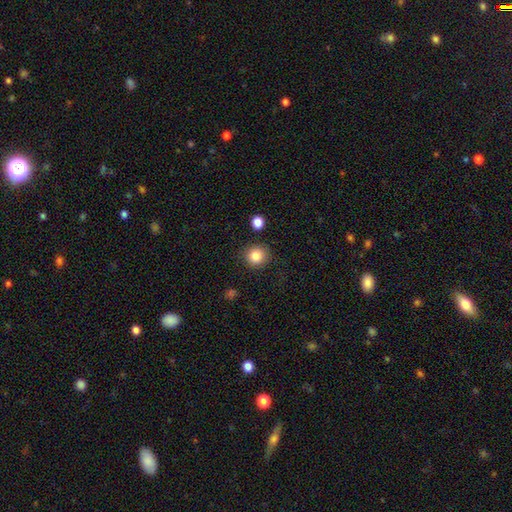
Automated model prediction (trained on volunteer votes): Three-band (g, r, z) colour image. It shows a smooth galaxy with no disk features (85%) that is round (91%). Merging: none (88%).